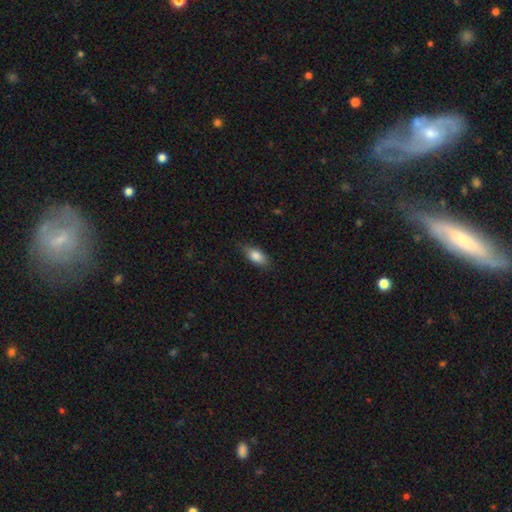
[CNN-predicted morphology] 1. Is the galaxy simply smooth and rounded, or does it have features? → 83% smooth, 10% featured or disk, 7% star or artifact.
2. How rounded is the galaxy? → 86% in between, 10% cigar-shaped, 4% round.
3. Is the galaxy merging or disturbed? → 81% none, 15% minor disturbance, 3% major disturbance, 1% merger.